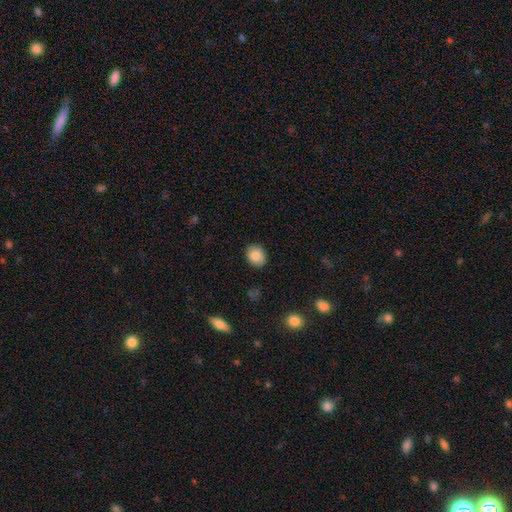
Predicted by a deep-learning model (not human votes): smooth-or-featured: smooth: 86% | star or artifact: 8% | featured or disk: 6%
  how-rounded: round: 54% | in between: 45% | cigar-shaped: 1%
  merging: none: 88% | minor disturbance: 9% | major disturbance: 2% | merger: 1%